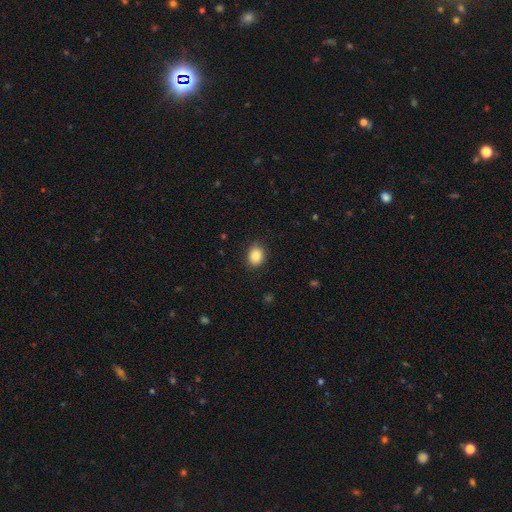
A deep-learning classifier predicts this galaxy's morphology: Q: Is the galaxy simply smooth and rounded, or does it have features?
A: smooth — 85%.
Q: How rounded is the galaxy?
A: in between — 53%.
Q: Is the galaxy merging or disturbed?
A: none — 87%.